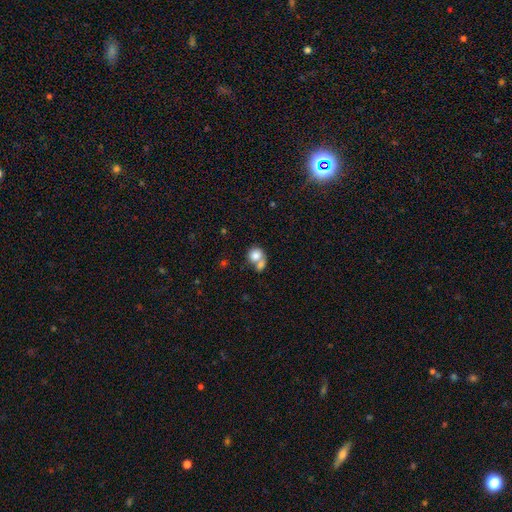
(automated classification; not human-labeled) smooth_or_featured: smooth (p=0.79) [alt: featured or disk p=0.12]
how_rounded: round (p=0.75) [alt: in between p=0.24]
merging: merger (p=0.56) [alt: none p=0.30]